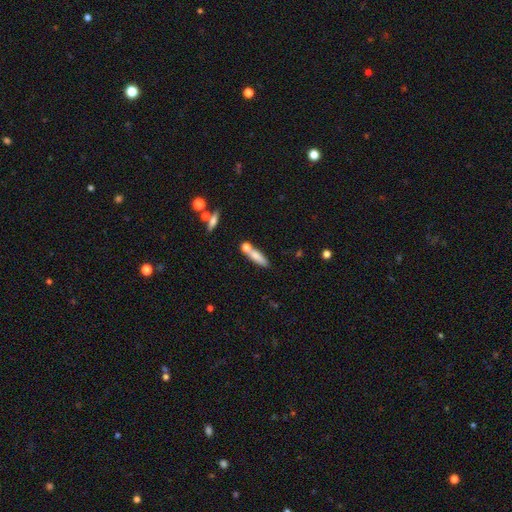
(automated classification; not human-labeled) A smooth galaxy with no disk features (74%) that is cigar-shaped (65%). Merging: none (56%).